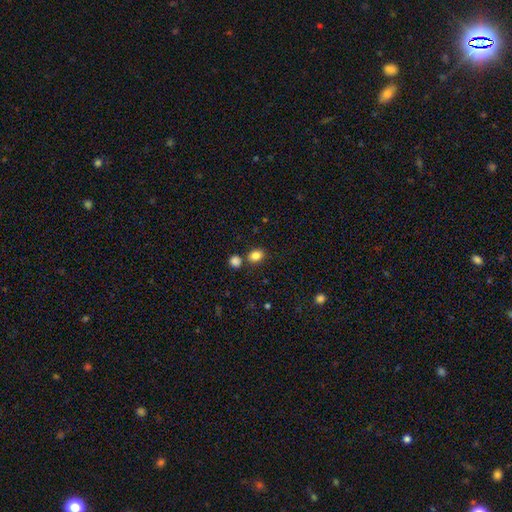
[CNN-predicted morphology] smooth 84%, star or artifact 11%, featured or disk 5%. Down the decision tree: how rounded — round (51%); merging — none (73%).